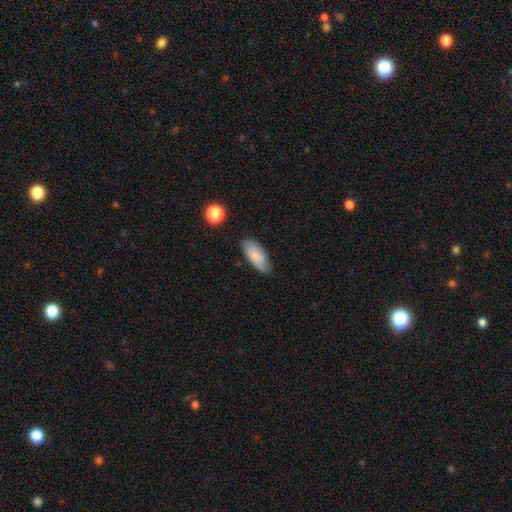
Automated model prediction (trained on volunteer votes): The model was most divided on "merging": none: 77%, minor disturbance: 18%, major disturbance: 3%, merger: 2%. More confident: how rounded — in between (84%); smooth or featured — smooth (79%).